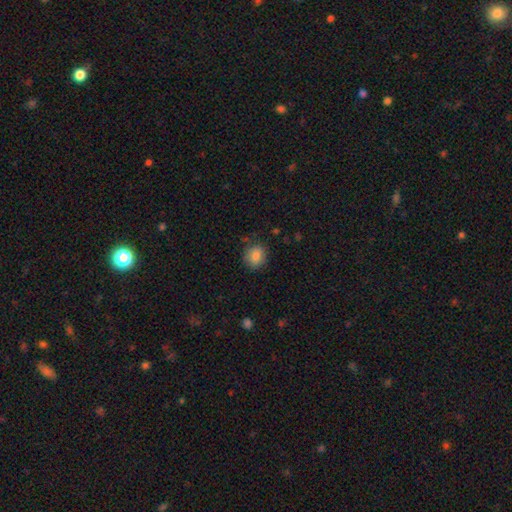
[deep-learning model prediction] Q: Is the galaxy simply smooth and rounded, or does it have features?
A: smooth — 85%.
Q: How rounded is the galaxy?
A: round — 74%.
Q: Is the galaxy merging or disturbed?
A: none — 82%.